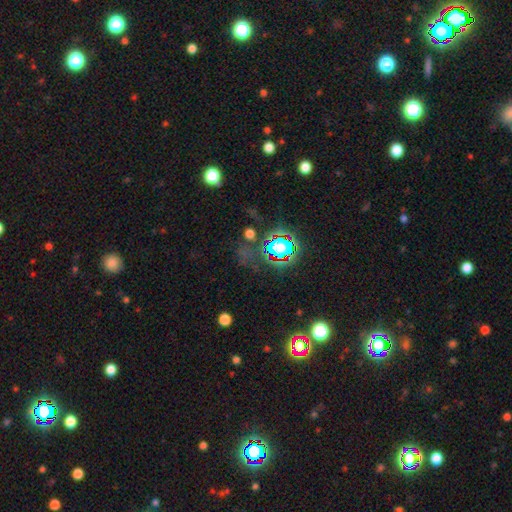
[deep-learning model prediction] A star or artifact, not a galaxy (76%).